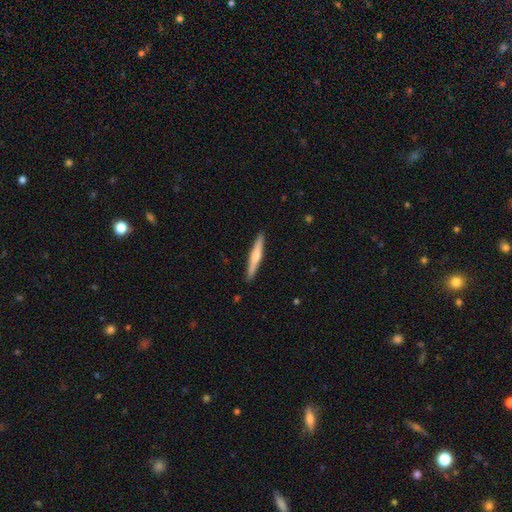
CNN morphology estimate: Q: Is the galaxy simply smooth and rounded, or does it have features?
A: smooth — 50%.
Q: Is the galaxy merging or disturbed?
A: none — 91%.